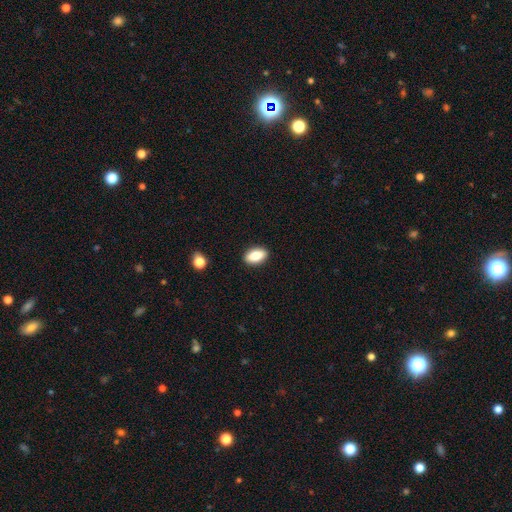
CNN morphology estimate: This is clearly a smooth galaxy (80%). How rounded: clearly in between (89%). Merging: clearly none (90%).